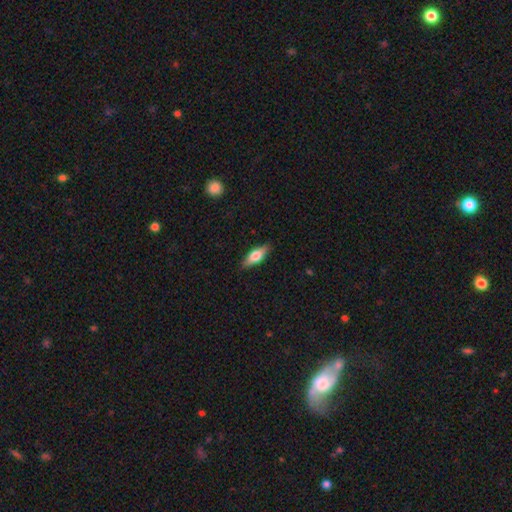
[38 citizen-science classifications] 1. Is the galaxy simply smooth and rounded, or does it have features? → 61% smooth, 37% featured or disk, 3% star or artifact.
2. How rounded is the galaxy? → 65% in between, 30% cigar-shaped, 4% round.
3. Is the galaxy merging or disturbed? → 81% none, 16% minor disturbance, 3% major disturbance, 0% merger.